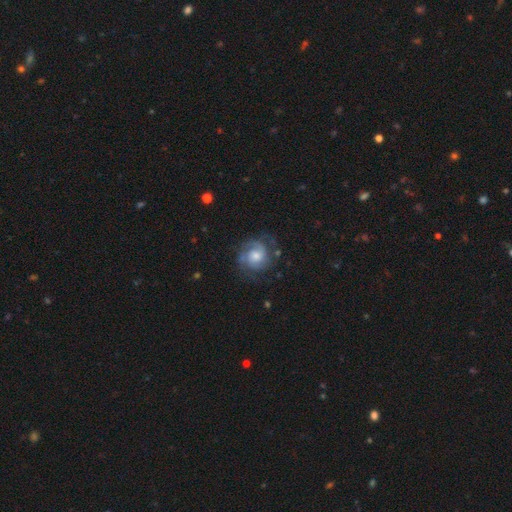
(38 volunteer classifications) Smooth or featured? featured or disk (76%)
Edge-on disk? no (97%)
Bar? no (75%)
Spiral arms? yes (96%)
Spiral winding? tight (70%)
Spiral arm count? 2 (48%)
Bulge size? moderate (61%)
Merging? none (75%)